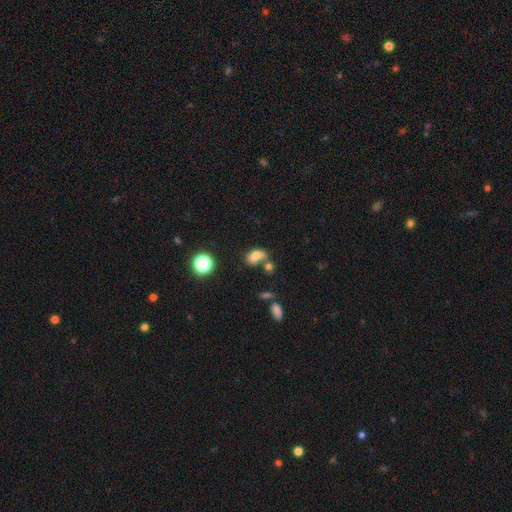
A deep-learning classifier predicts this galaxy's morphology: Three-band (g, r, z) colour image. It shows a smooth galaxy with no disk features (76%) that is in between round and cigar-shaped (81%). Merging: none (43%).